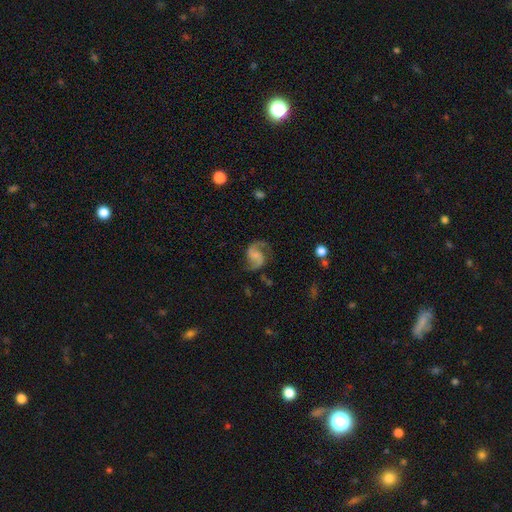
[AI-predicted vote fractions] The model was most divided on "spiral winding": medium: 49%, loose: 40%, tight: 10%. Remaining: edge-on disk — no (98%); spiral arms — yes (97%); spiral arm count — 2 (93%); smooth or featured — featured or disk (87%); merging — none (74%); bar — no (51%); bulge size — none (47%).